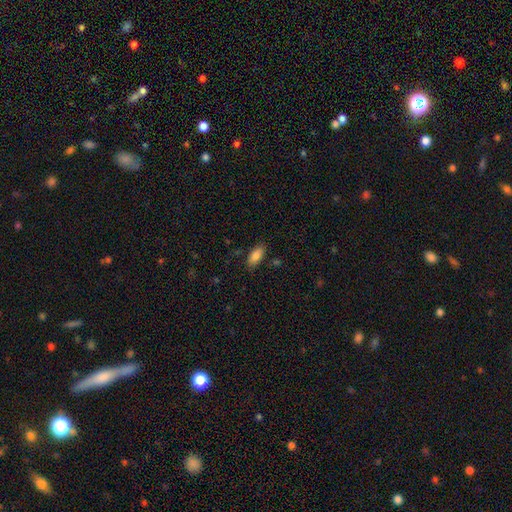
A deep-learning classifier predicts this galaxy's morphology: type=smooth (85%); roundness=in between (87%); merging=none (84%).